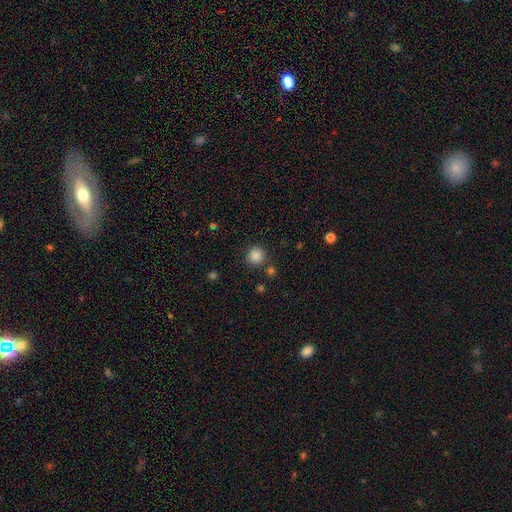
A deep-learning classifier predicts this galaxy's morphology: Q: Smooth or featured?
A: smooth (86%); runner-up: star or artifact (11%)
Q: How rounded?
A: round (94%); runner-up: in between (5%)
Q: Merging?
A: none (85%); runner-up: minor disturbance (7%)